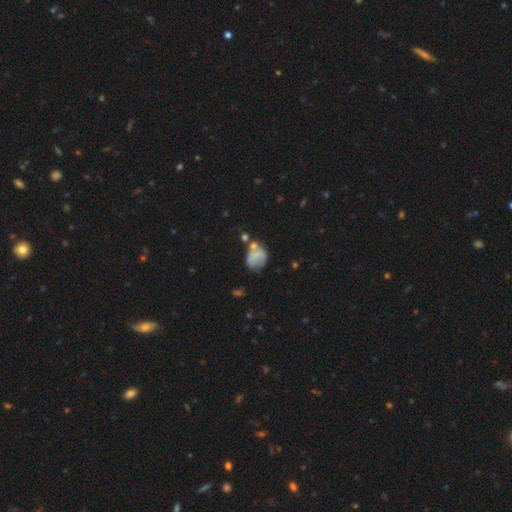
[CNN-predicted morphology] This is likely a smooth galaxy (62%). How rounded: possibly in between (54%). Merging: marginally none (35%).